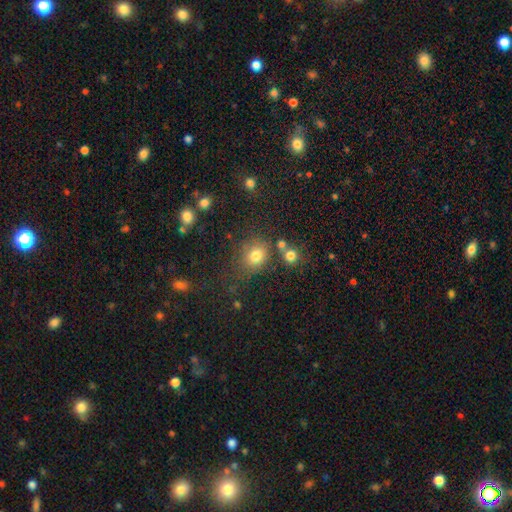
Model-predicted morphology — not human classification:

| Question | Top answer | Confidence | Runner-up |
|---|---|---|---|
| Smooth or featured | smooth | 76% | star or artifact (16%) |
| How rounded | round | 66% | in between (33%) |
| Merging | none | 66% | minor disturbance (15%) |